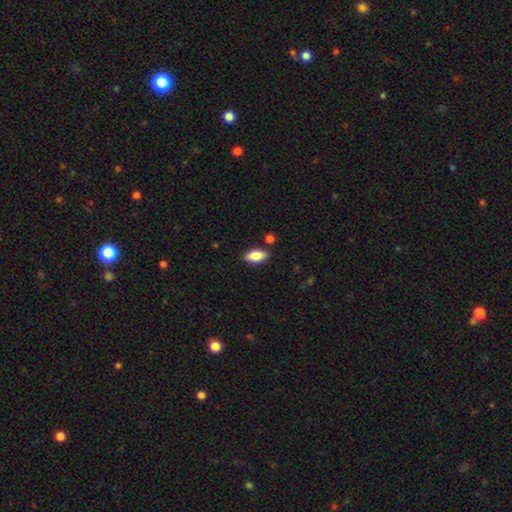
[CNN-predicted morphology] Smooth or featured?
  - smooth: 84% *
  - featured or disk: 9%
  - star or artifact: 7%
How rounded?
  - in between: 90% *
  - cigar-shaped: 7%
  - round: 3%
Merging?
  - none: 85% *
  - minor disturbance: 10%
  - merger: 3%
  - major disturbance: 2%